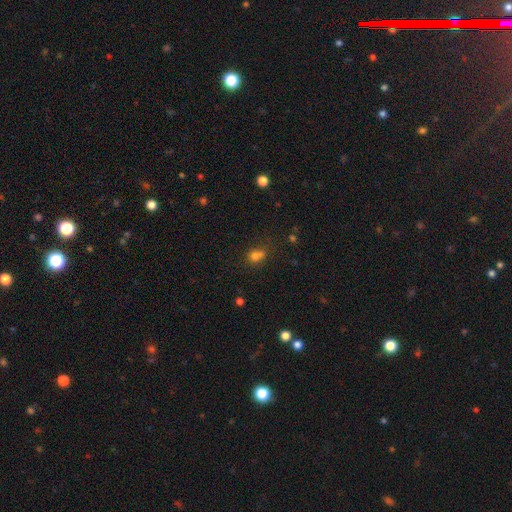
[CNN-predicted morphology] Smooth or featured? Predicted: smooth (p=0.72). How rounded? Predicted: round (p=0.60). Merging? Predicted: none (p=0.42).